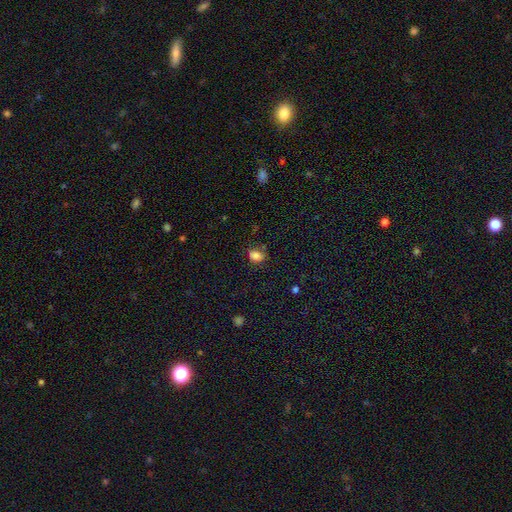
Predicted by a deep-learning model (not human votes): This appears to be a smooth galaxy with no disk features (82%) that is in between round and cigar-shaped (61%). Merging: none (69%).